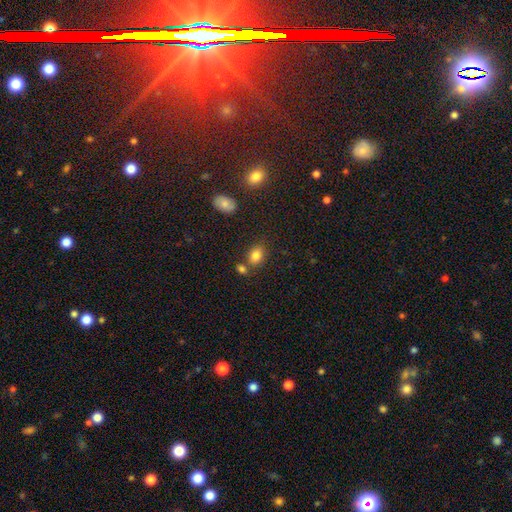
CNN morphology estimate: smooth-or-featured: smooth: 82% | star or artifact: 11% | featured or disk: 7%
  how-rounded: in between: 73% | round: 25% | cigar-shaped: 2%
  merging: none: 64% | merger: 19% | minor disturbance: 13% | major disturbance: 4%